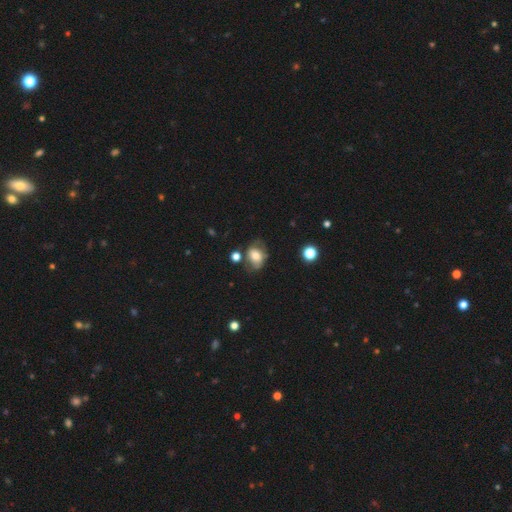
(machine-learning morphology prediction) This appears to be a smooth galaxy with no disk features (60%) that is in between round and cigar-shaped (63%). Merging: none (56%).